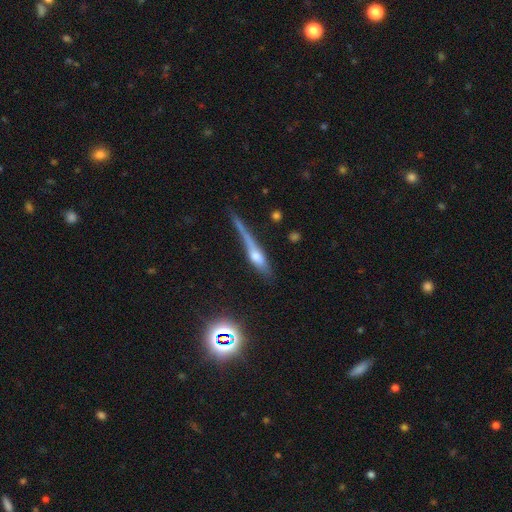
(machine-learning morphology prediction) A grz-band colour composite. It shows a featured or disk galaxy (49%). Merging: none (48%).